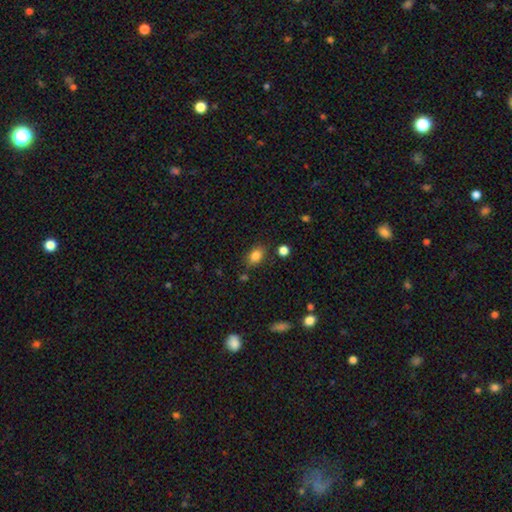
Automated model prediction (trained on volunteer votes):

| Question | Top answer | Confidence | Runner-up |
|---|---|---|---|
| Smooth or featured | smooth | 83% | star or artifact (10%) |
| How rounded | in between | 78% | round (20%) |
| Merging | none | 80% | minor disturbance (13%) |